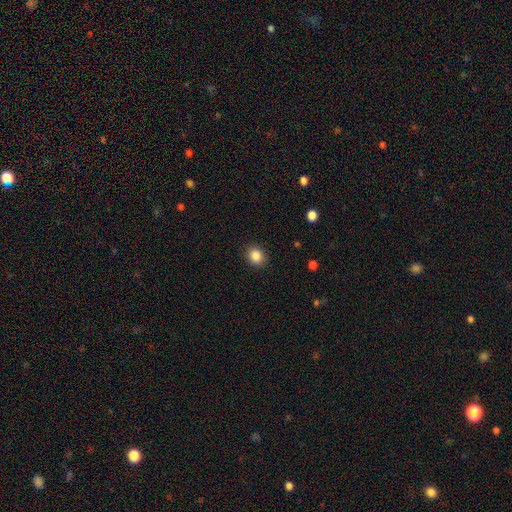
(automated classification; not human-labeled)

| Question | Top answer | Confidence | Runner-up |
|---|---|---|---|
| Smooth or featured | smooth | 86% | star or artifact (10%) |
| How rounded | round | 60% | in between (39%) |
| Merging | none | 89% | minor disturbance (8%) |